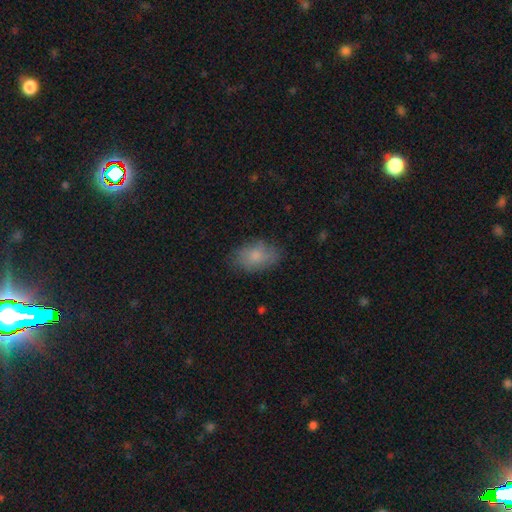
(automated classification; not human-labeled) smooth 78%, featured or disk 14%, star or artifact 8%. Down the decision tree: how rounded — in between (89%); merging — none (74%).